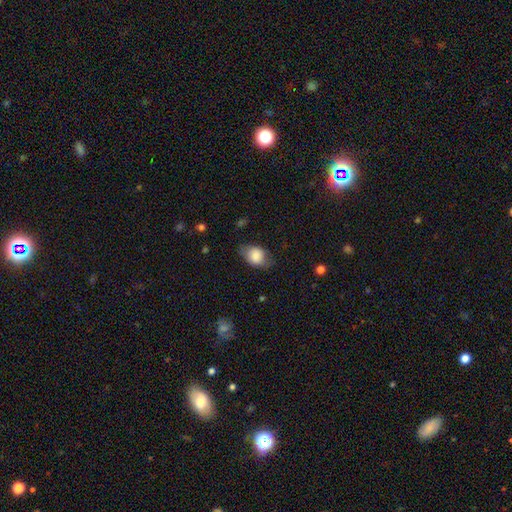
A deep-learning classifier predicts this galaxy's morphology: Overall: smooth (79%). How rounded: in between (71%). Merging: none (66%).